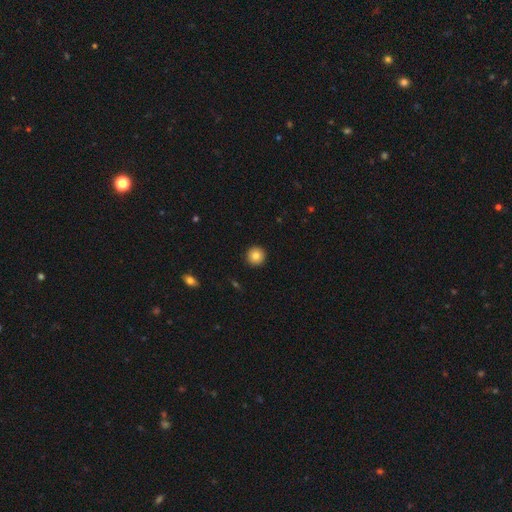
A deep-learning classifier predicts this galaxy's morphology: A smooth galaxy with no disk features (82%) that is round (96%). Merging: none (93%).